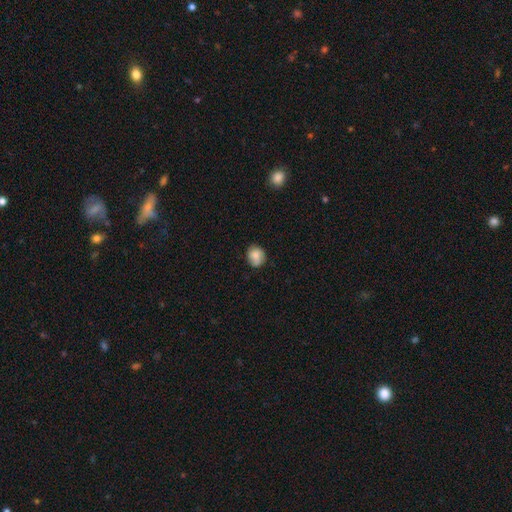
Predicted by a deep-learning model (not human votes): Smooth or featured?
  - smooth: 77% *
  - featured or disk: 15%
  - star or artifact: 8%
How rounded?
  - round: 71% *
  - in between: 28%
  - cigar-shaped: 1%
Merging?
  - none: 73% *
  - minor disturbance: 21%
  - major disturbance: 5%
  - merger: 1%